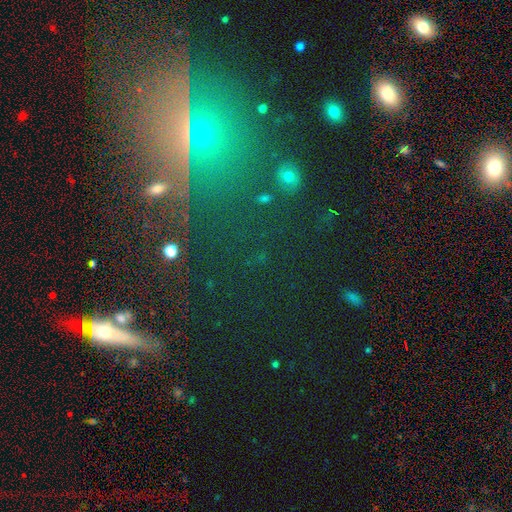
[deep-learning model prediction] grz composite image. It shows a star or artifact, not a galaxy (58%).